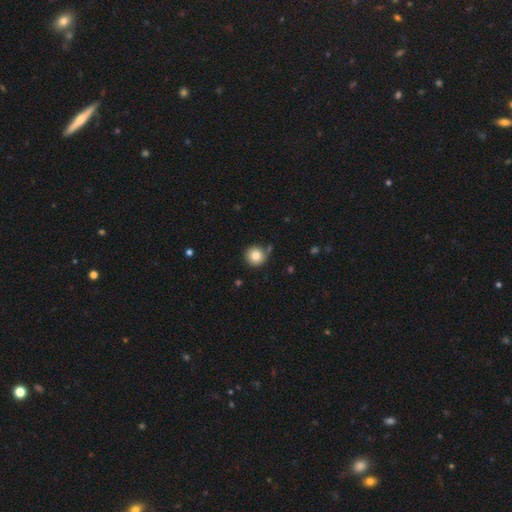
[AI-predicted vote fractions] Morphology: type=smooth (81%); roundness=round (94%); merging=none (78%).